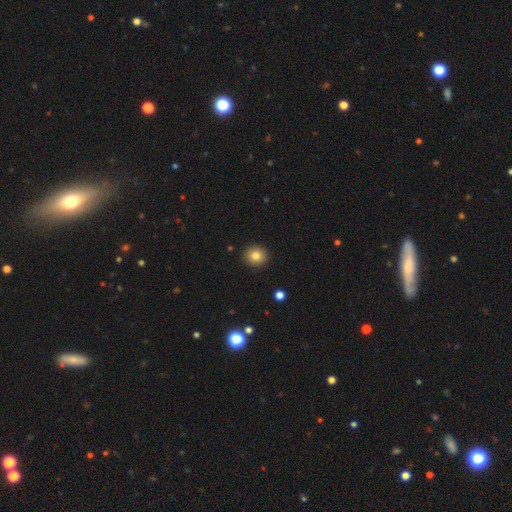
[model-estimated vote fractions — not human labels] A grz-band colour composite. It shows a smooth galaxy with no disk features (82%) that is round (84%). Merging: none (91%).